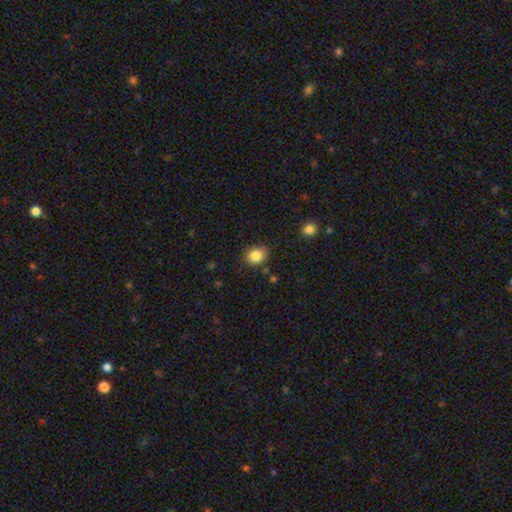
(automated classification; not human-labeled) This is clearly a smooth galaxy (85%). How rounded: possibly round (59%). Merging: likely none (79%).